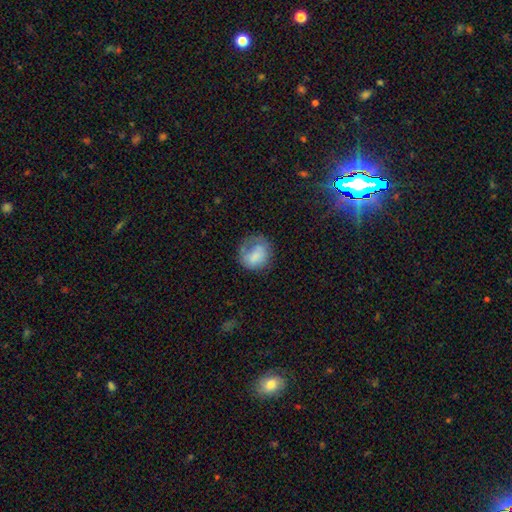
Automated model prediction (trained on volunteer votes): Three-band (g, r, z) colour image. It shows a smooth galaxy with no disk features (72%) that is round (67%). Merging: none (45%).